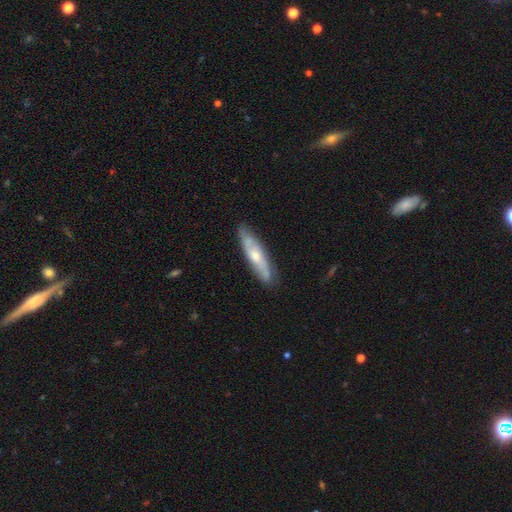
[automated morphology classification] Overall: featured or disk (50%; smooth 44%). Edge-on disk: yes (56%; no 44%). Merging: none (81%).